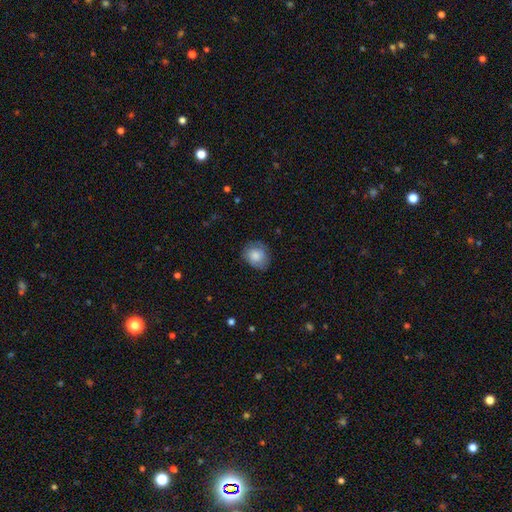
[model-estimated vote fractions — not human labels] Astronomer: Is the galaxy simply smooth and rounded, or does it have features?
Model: smooth — 79%.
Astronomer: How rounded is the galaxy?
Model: round — 62%.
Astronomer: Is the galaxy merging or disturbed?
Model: none — 74%.